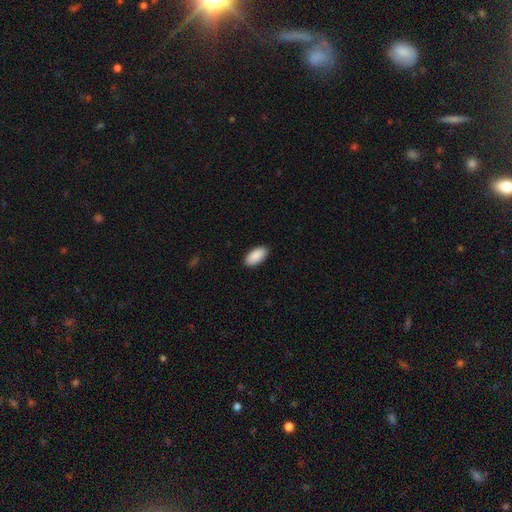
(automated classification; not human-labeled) This is clearly a smooth galaxy (91%). How rounded: clearly in between (95%). Merging: clearly none (90%).